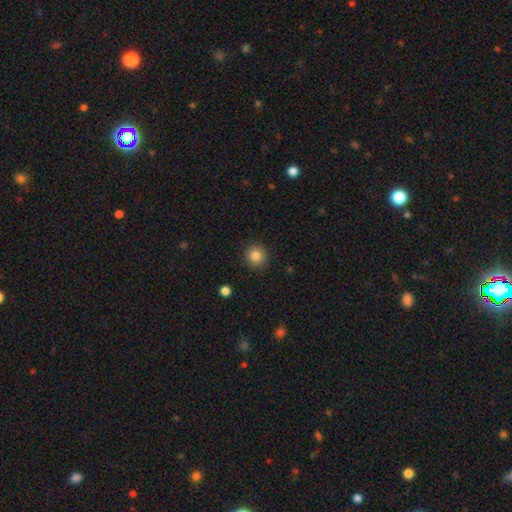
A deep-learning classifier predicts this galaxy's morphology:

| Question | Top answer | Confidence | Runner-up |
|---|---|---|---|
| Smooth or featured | smooth | 84% | star or artifact (10%) |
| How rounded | round | 93% | in between (6%) |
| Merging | none | 91% | minor disturbance (6%) |